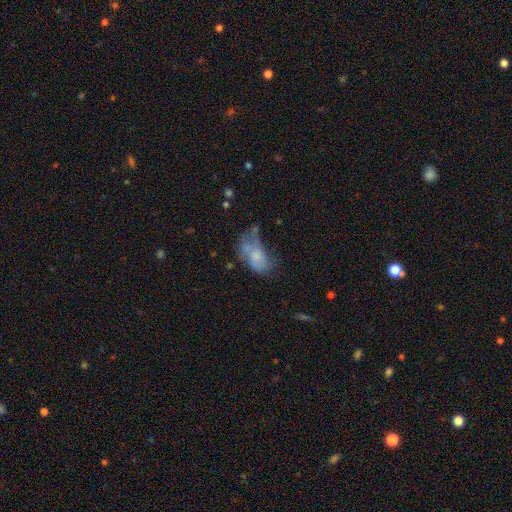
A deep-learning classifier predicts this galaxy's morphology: A smooth galaxy with no disk features (50%) that is in between round and cigar-shaped (89%). Merging: major disturbance (33%).